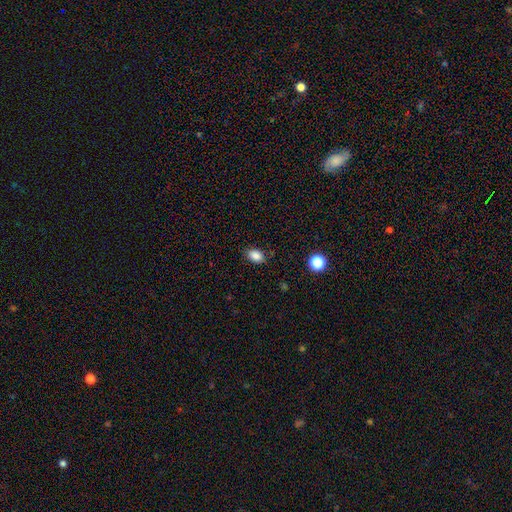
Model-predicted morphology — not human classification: Smooth or featured: smooth — 86% (star or artifact — 10%)
How rounded: in between — 81% (round — 18%)
Merging: none — 84% (minor disturbance — 12%)